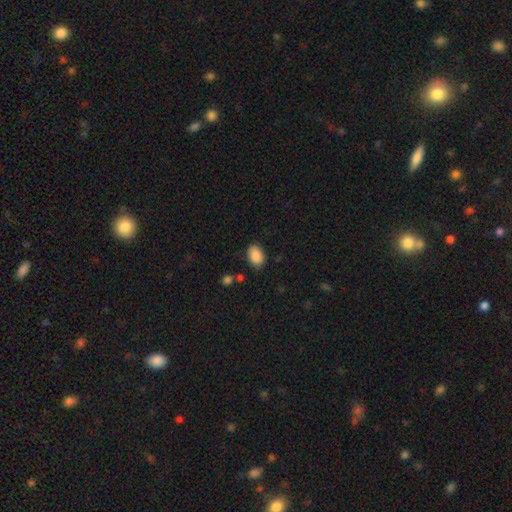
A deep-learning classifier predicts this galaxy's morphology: smooth 89%, star or artifact 7%, featured or disk 4%. Down the decision tree: how rounded — in between (86%); merging — none (82%).